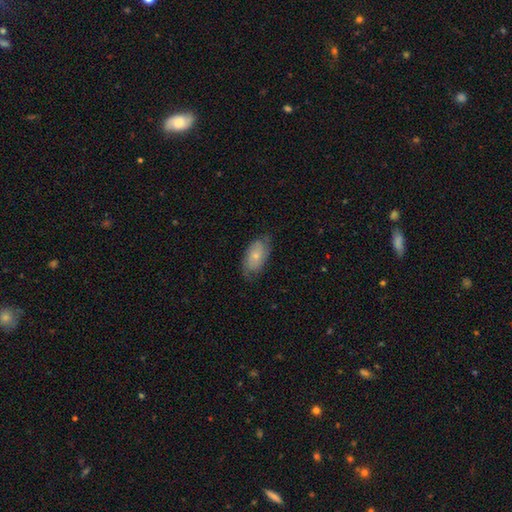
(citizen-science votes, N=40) A smooth galaxy with no disk features (62%) that is in between round and cigar-shaped (100%). Merging: none (72%).